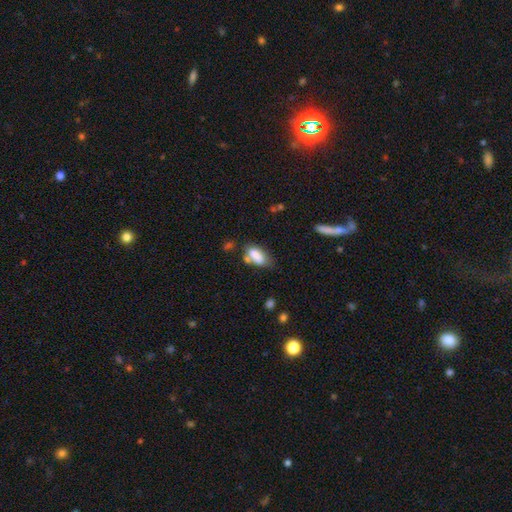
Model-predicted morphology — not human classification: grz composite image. It shows a smooth galaxy with no disk features (80%) that is in between round and cigar-shaped (88%). Merging: none (42%).